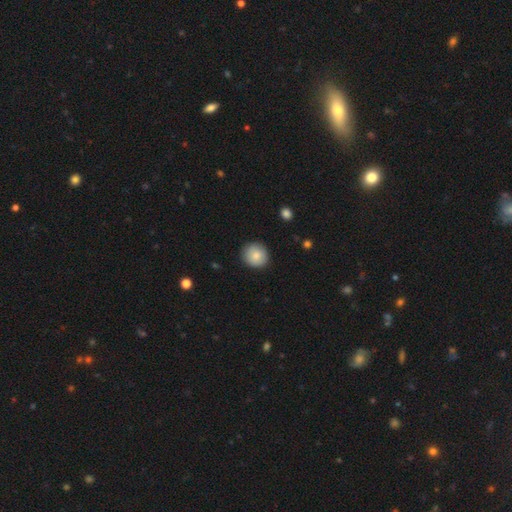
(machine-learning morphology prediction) Smooth or featured: smooth — 85% (featured or disk — 8%)
How rounded: round — 90% (in between — 9%)
Merging: none — 89% (minor disturbance — 8%)